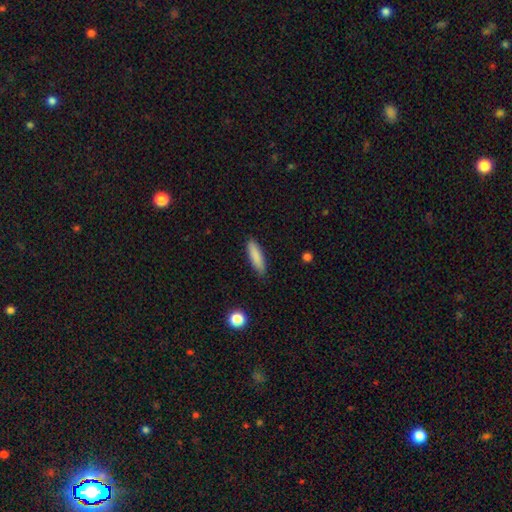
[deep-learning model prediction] smooth 86%, featured or disk 8%, star or artifact 6%. Down the decision tree: how rounded — cigar-shaped (68%); merging — none (85%).